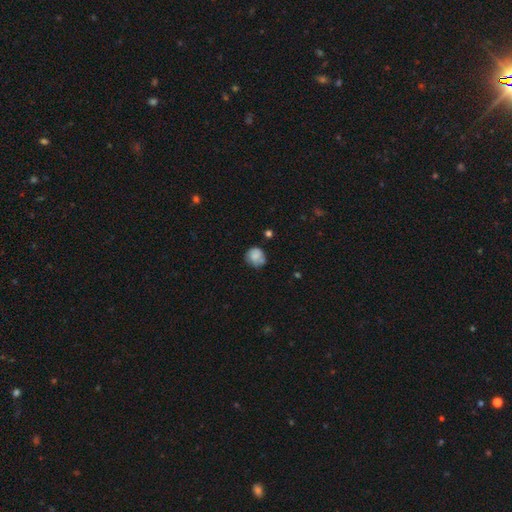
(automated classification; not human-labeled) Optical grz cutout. It shows a smooth galaxy with no disk features (72%) that is round (79%). Merging: none (59%).